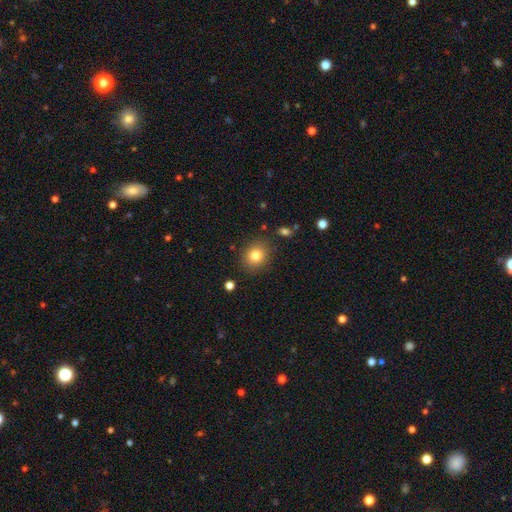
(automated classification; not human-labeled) A smooth galaxy with no disk features (81%) that is round (71%). Merging: none (86%).